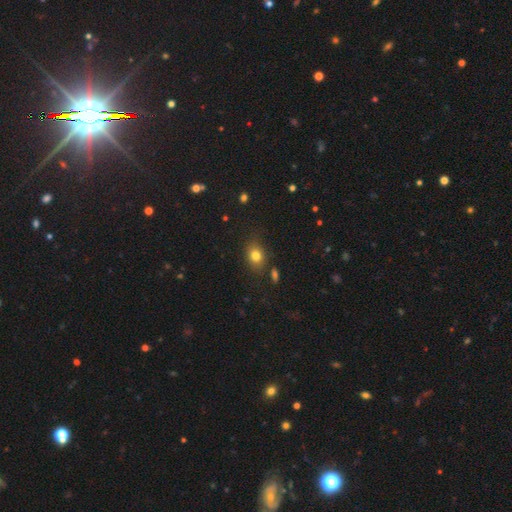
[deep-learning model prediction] Q: Smooth or featured?
A: smooth (79%); runner-up: star or artifact (12%)
Q: How rounded?
A: in between (53%); runner-up: round (45%)
Q: Merging?
A: none (76%); runner-up: minor disturbance (16%)